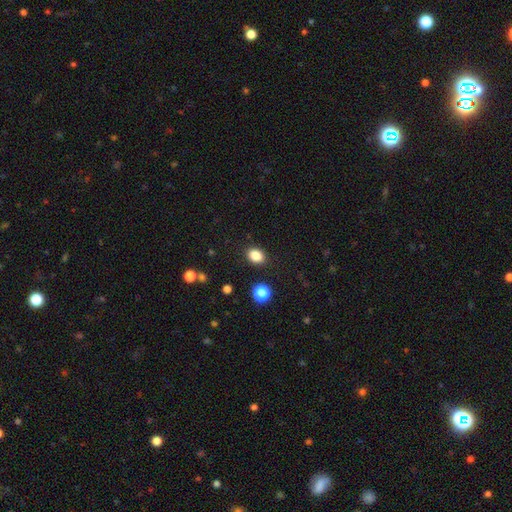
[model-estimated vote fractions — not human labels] Smooth or featured? smooth (85%)
How rounded? in between (62%)
Merging? none (88%)